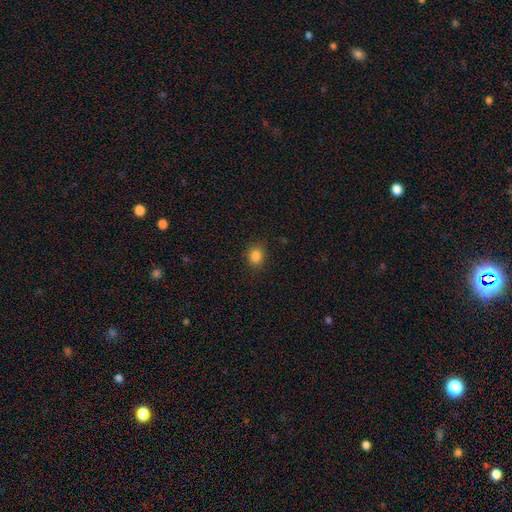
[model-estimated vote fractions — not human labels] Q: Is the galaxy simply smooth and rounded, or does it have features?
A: smooth — 84%.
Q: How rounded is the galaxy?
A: round — 65%.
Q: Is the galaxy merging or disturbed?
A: none — 87%.